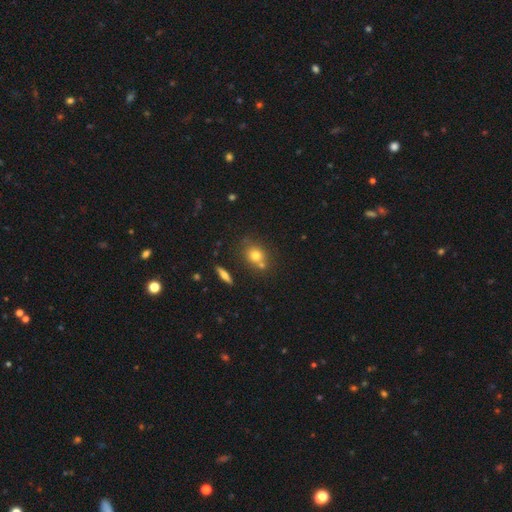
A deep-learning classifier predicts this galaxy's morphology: Smooth or featured? smooth (73%)
How rounded? round (60%)
Merging? none (58%)